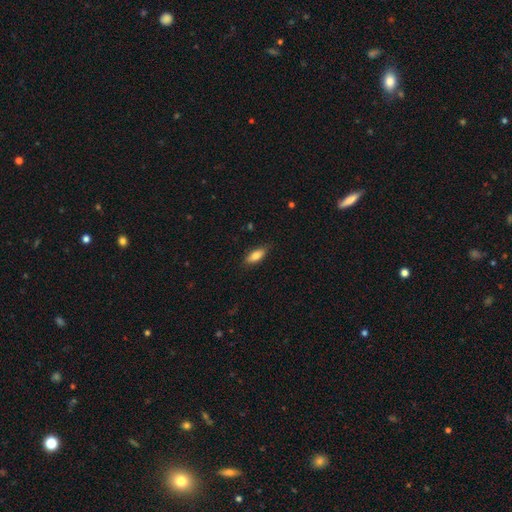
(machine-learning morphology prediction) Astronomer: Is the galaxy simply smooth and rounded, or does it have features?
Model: smooth — 79%.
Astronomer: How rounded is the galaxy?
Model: in between — 77%.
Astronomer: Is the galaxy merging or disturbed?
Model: none — 84%.